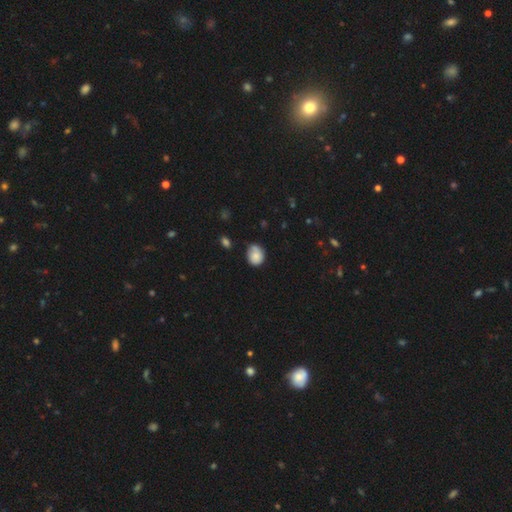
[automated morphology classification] Overall: smooth (80%). How rounded: round (59%; in between 40%). Merging: none (59%; minor disturbance 31%).